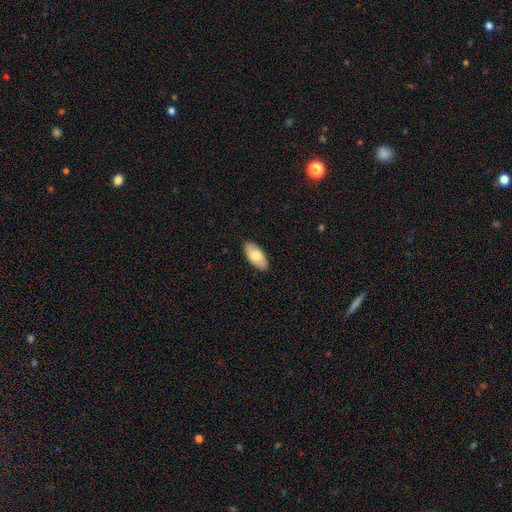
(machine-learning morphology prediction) Smooth or featured? smooth (73%)
How rounded? in between (93%)
Merging? none (88%)